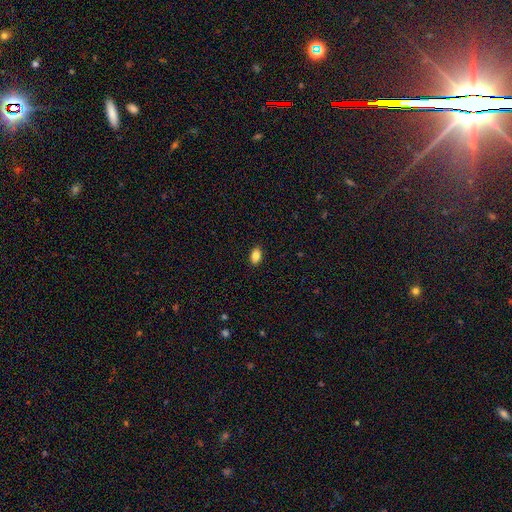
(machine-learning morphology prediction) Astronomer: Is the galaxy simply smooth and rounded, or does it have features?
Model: smooth — 86%.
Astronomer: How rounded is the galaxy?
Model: in between — 89%.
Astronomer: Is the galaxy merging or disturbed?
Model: none — 90%.